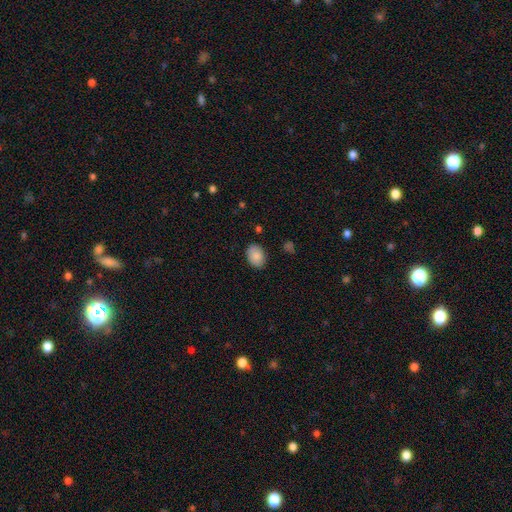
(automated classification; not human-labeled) Smooth or featured: smooth — 87% (star or artifact — 7%)
How rounded: in between — 76% (round — 23%)
Merging: none — 84% (minor disturbance — 12%)